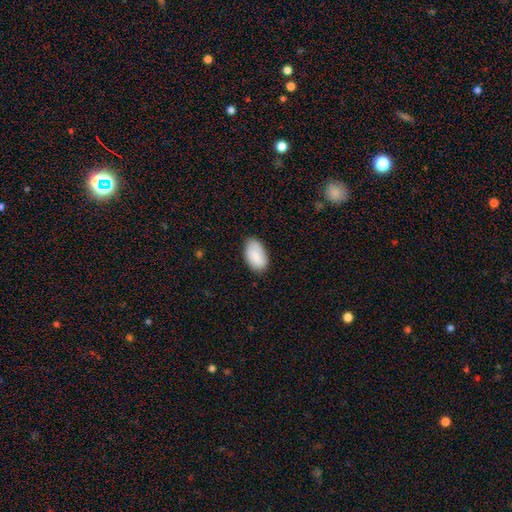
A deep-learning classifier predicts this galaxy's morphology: This is clearly a smooth galaxy (82%). How rounded: clearly in between (94%). Merging: likely none (77%).